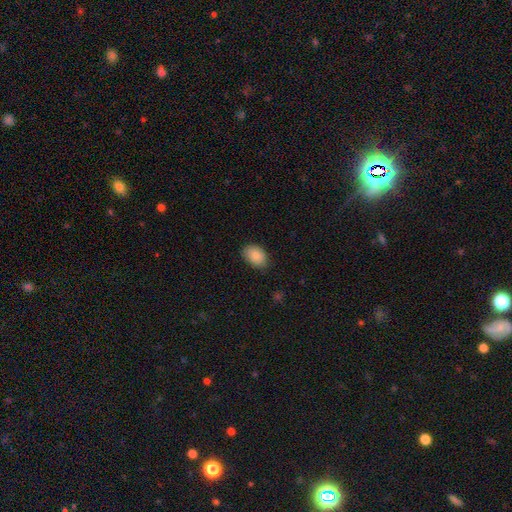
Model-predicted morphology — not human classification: This appears to be a smooth galaxy with no disk features (89%) that is in between round and cigar-shaped (83%). Merging: none (82%).